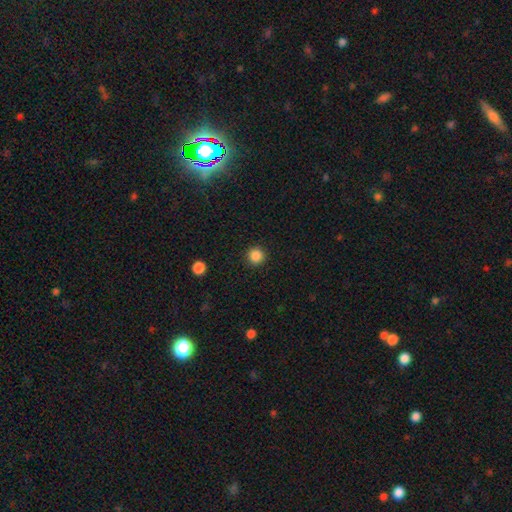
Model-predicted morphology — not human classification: smooth-or-featured: smooth: 86% | star or artifact: 11% | featured or disk: 3%
  how-rounded: round: 95% | in between: 4% | cigar-shaped: 1%
  merging: none: 92% | minor disturbance: 5% | major disturbance: 2% | merger: 1%